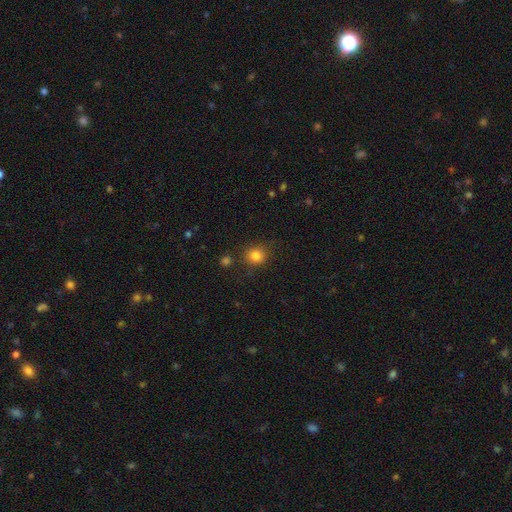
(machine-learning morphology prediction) This is clearly a smooth galaxy (82%). How rounded: clearly round (84%). Merging: clearly none (83%).